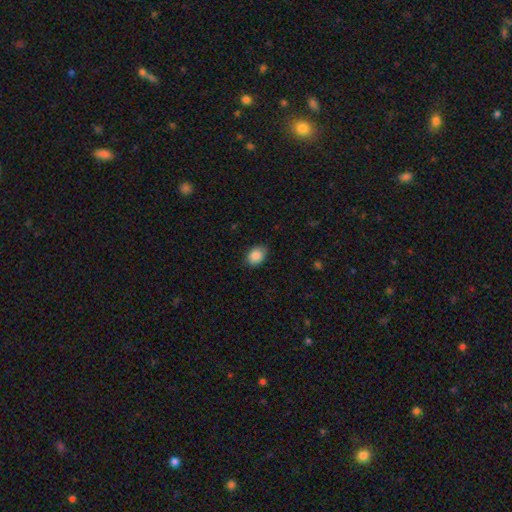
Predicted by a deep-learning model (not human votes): This is clearly a smooth galaxy (88%). How rounded: likely in between (71%). Merging: clearly none (82%).